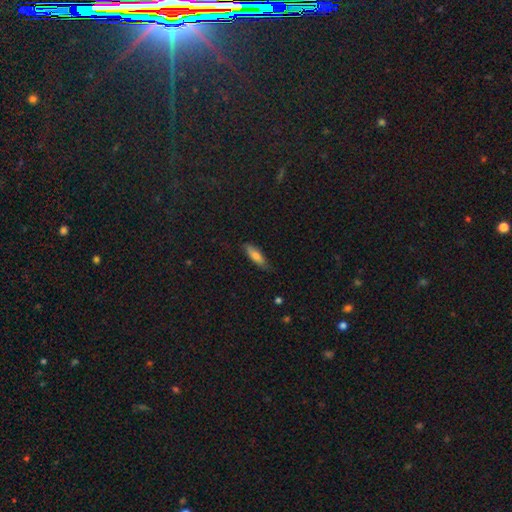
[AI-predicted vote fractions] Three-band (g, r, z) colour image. It shows a smooth galaxy with no disk features (75%) that is in between round and cigar-shaped (52%). Merging: none (76%).